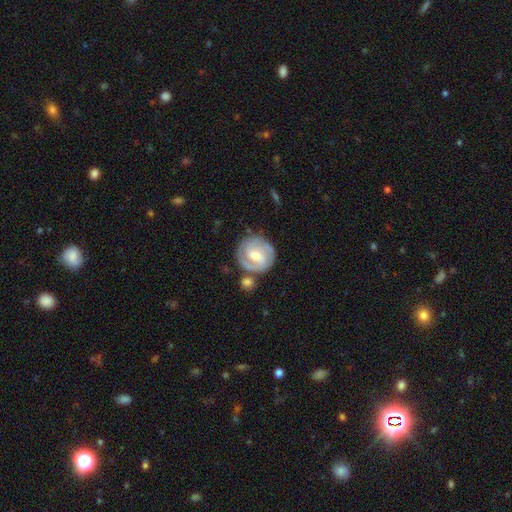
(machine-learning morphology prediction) type=featured or disk (79%); edge-on=no (98%); bar=weak (53%); spiral arms=yes (94%); winding=tight (63%); arm count=2 (48%); bulge=moderate (52%); merging=none (71%).